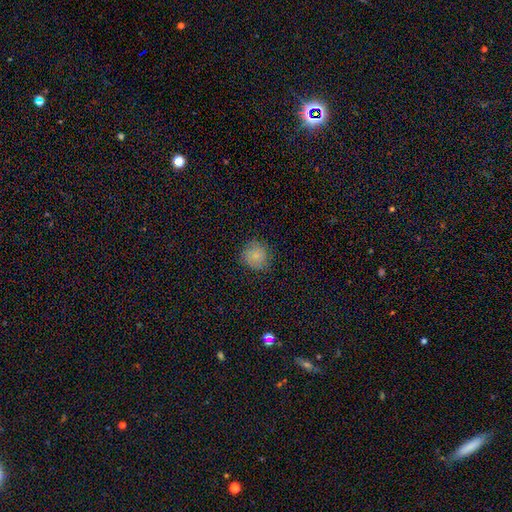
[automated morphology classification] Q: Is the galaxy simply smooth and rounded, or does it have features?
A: smooth — 78%.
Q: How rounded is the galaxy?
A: round — 89%.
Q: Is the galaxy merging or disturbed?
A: none — 81%.